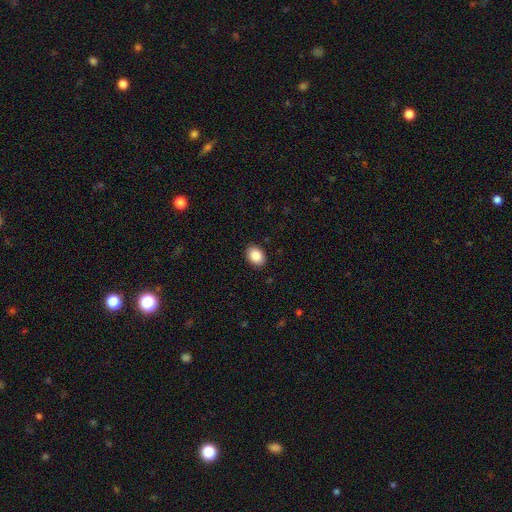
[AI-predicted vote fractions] The model was most divided on "how rounded": in between: 70%, round: 29%, cigar-shaped: 1%. More confident: merging — none (90%); smooth or featured — smooth (87%).